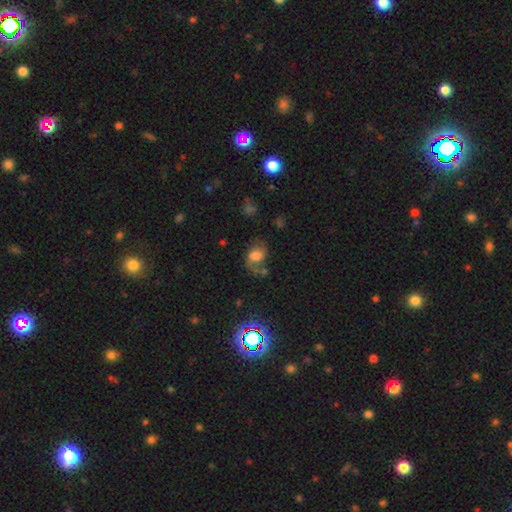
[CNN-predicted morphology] featured or disk 48%, smooth 38%, star or artifact 13%. Down the decision tree: merging — none (44%).